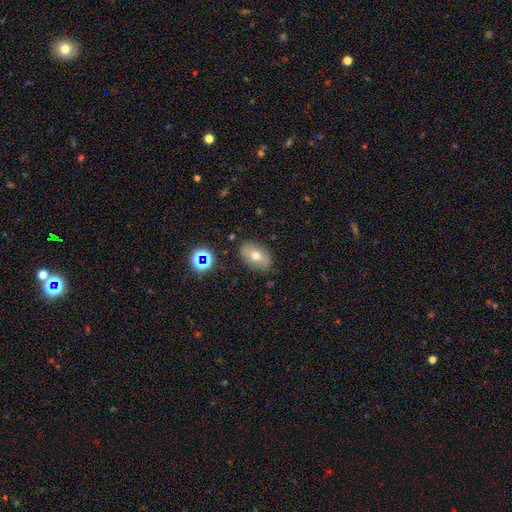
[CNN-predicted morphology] Smooth or featured?
  - smooth: 62% *
  - featured or disk: 25%
  - star or artifact: 12%
How rounded?
  - in between: 84% *
  - round: 14%
  - cigar-shaped: 2%
Merging?
  - none: 83% *
  - minor disturbance: 12%
  - major disturbance: 3%
  - merger: 2%